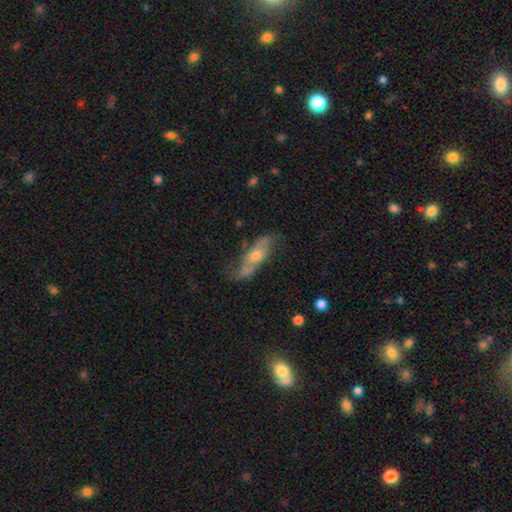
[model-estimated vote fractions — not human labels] featured or disk 59%, smooth 33%, star or artifact 8%. Down the decision tree: edge-on disk — no (65%); merging — none (49%).